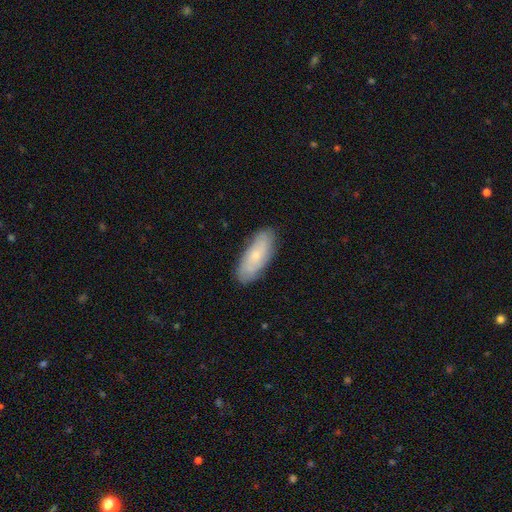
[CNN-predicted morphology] Smooth or featured?
  - smooth: 58% *
  - featured or disk: 35%
  - star or artifact: 7%
How rounded?
  - in between: 74% *
  - cigar-shaped: 24%
  - round: 2%
Merging?
  - none: 84% *
  - minor disturbance: 13%
  - major disturbance: 3%
  - merger: 1%